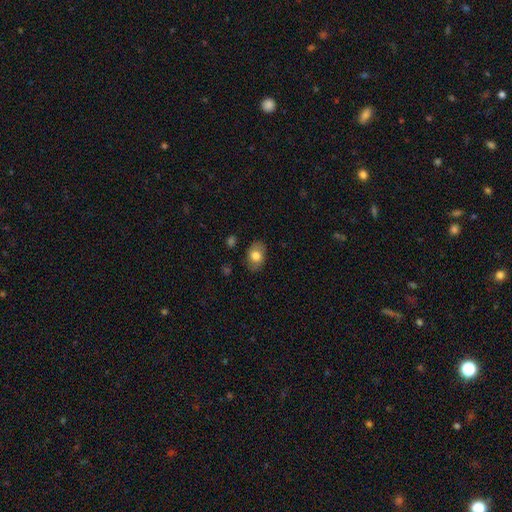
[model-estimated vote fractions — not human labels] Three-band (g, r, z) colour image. It shows a smooth galaxy with no disk features (77%) that is in between round and cigar-shaped (81%). Merging: none (82%).